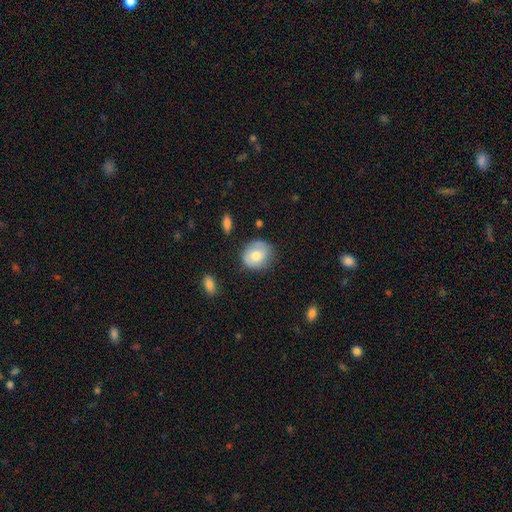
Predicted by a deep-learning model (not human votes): Smooth or featured: smooth — 65% (featured or disk — 27%)
How rounded: round — 68% (in between — 31%)
Merging: none — 72% (minor disturbance — 21%)